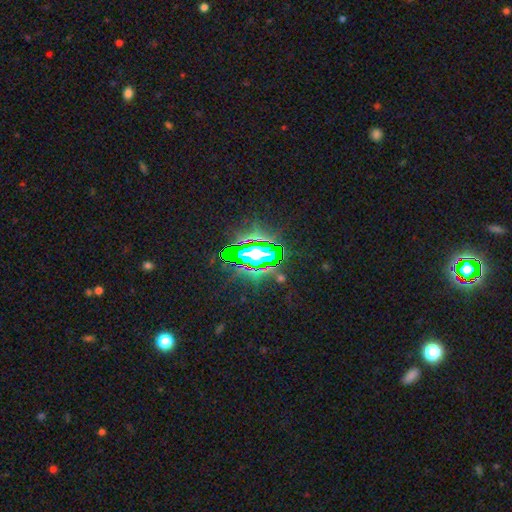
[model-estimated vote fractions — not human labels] Q: Smooth or featured?
A: star or artifact (72%); runner-up: smooth (14%)